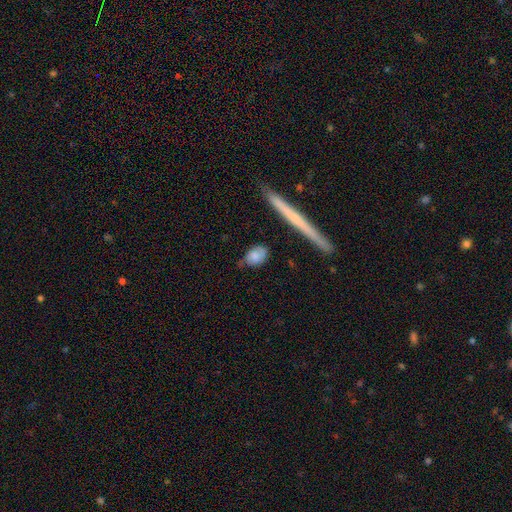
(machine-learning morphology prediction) smooth-or-featured: smooth: 69% | featured or disk: 24% | star or artifact: 7%
  how-rounded: in between: 69% | round: 22% | cigar-shaped: 10%
  merging: none: 59% | minor disturbance: 30% | major disturbance: 7% | merger: 4%